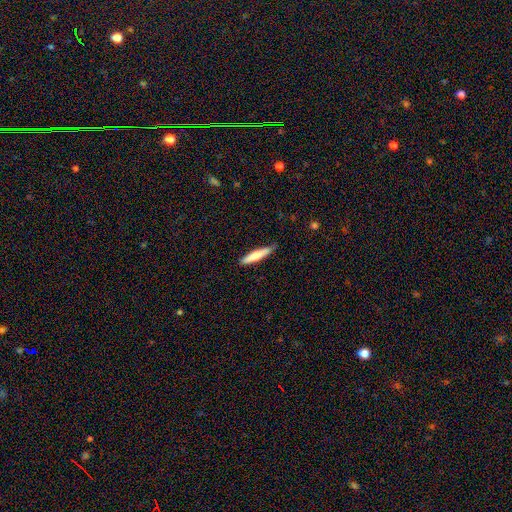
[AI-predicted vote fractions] Smooth or featured?
  - smooth: 69% *
  - featured or disk: 25%
  - star or artifact: 5%
How rounded?
  - cigar-shaped: 88% *
  - in between: 11%
  - round: 1%
Merging?
  - none: 83% *
  - minor disturbance: 14%
  - major disturbance: 2%
  - merger: 1%